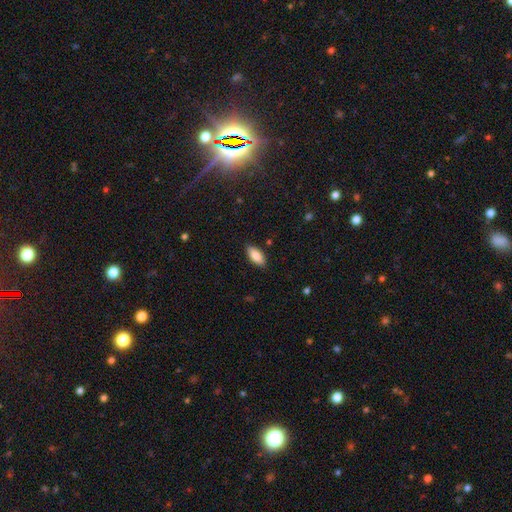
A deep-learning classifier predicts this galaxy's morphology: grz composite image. It shows a smooth galaxy with no disk features (83%) that is in between round and cigar-shaped (85%). Merging: none (87%).